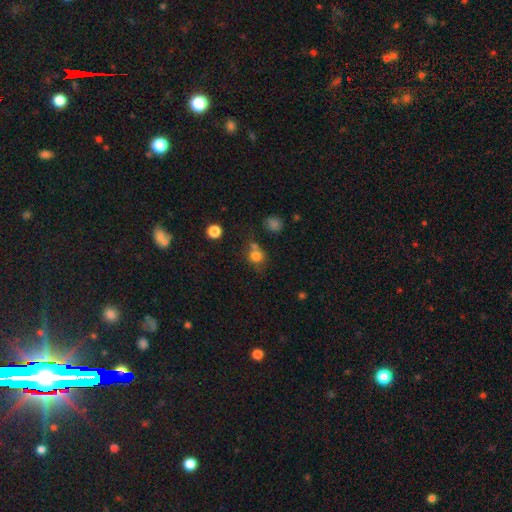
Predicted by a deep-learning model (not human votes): Overall: smooth (78%). How rounded: round (79%). Merging: none (54%; merger 25%).